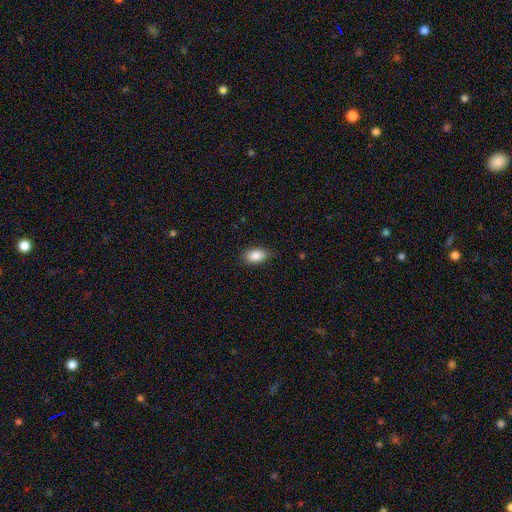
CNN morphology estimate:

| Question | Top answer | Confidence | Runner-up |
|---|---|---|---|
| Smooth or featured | smooth | 88% | star or artifact (7%) |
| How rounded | in between | 92% | round (6%) |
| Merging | none | 87% | minor disturbance (10%) |